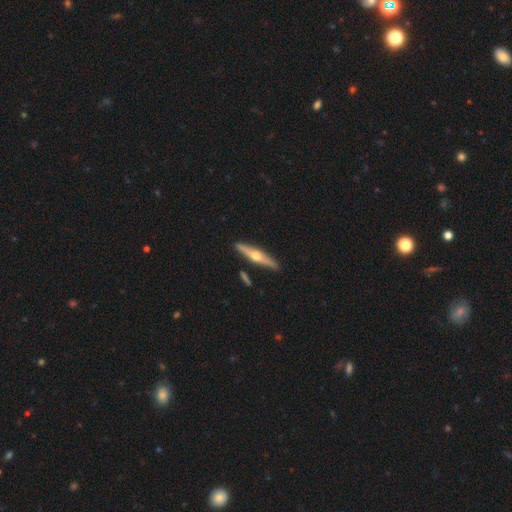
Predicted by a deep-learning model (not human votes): This is likely a featured or disk galaxy (70%). It is clearly viewed edge-on (97%). Edge-on bulge: clearly rounded (95%). Merging: clearly none (89%).